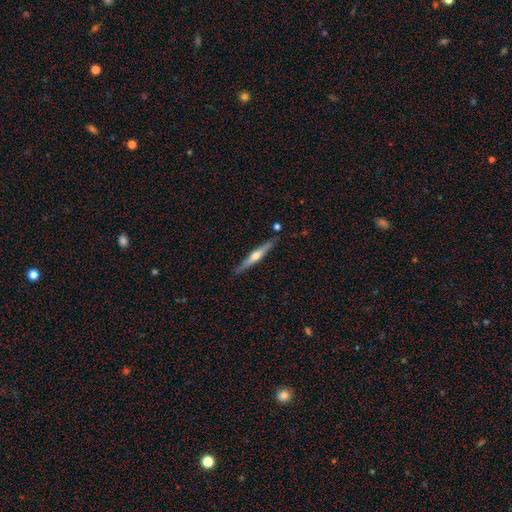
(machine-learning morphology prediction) Smooth or featured? featured or disk (61%)
Edge-on disk? yes (96%)
Edge-on bulge? rounded (86%)
Merging? none (84%)